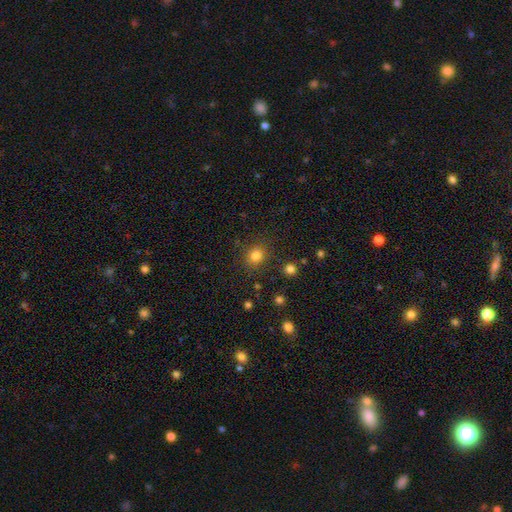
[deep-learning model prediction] Q: Smooth or featured?
A: smooth (81%); runner-up: star or artifact (13%)
Q: How rounded?
A: round (72%); runner-up: in between (27%)
Q: Merging?
A: none (84%); runner-up: minor disturbance (10%)